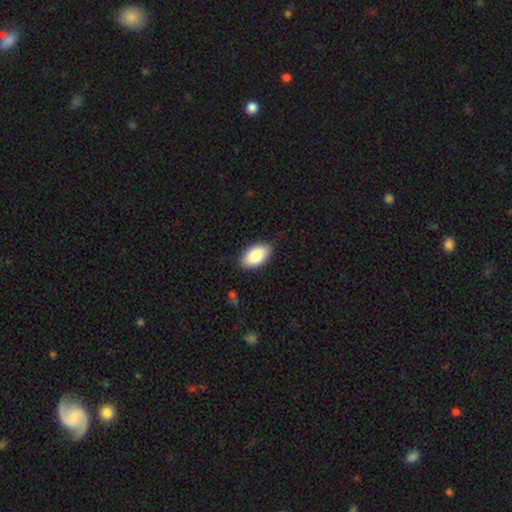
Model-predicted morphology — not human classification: smooth 86%, featured or disk 8%, star or artifact 6%. Down the decision tree: how rounded — in between (95%); merging — none (86%).